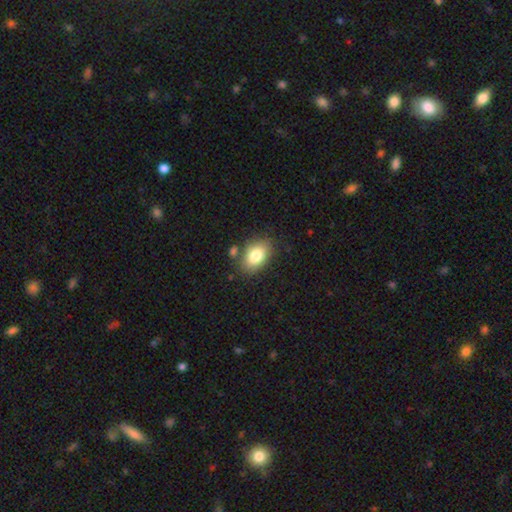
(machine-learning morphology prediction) smooth 82%, featured or disk 10%, star or artifact 8%. Down the decision tree: how rounded — in between (85%); merging — none (77%).